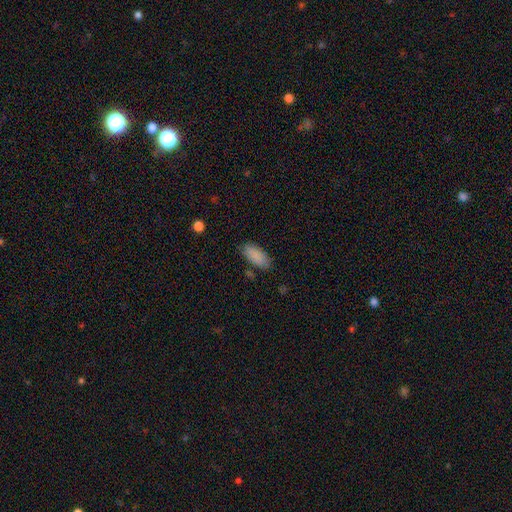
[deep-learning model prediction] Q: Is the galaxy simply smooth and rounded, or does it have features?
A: smooth — 89%.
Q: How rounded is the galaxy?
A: in between — 87%.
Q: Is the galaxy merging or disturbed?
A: none — 82%.